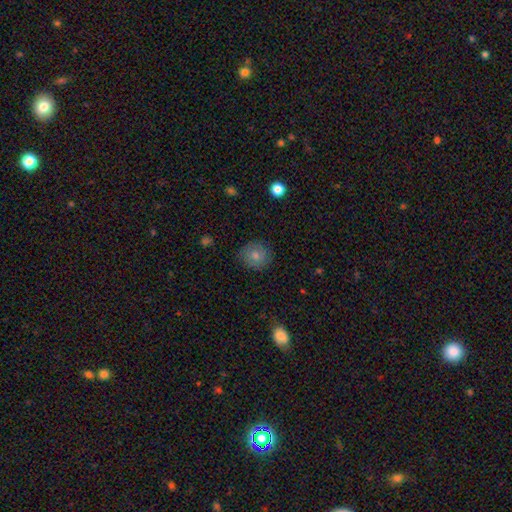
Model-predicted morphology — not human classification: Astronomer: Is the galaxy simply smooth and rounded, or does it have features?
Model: smooth — 73%.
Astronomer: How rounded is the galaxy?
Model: round — 86%.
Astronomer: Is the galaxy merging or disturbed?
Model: none — 83%.